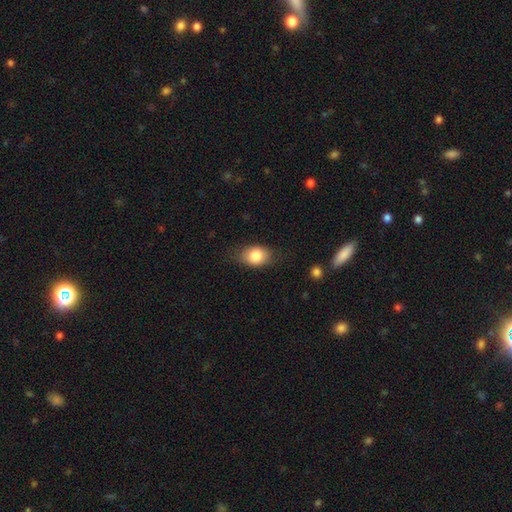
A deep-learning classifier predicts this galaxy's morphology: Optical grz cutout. It shows a smooth galaxy with no disk features (83%) that is in between round and cigar-shaped (73%). Merging: none (72%).